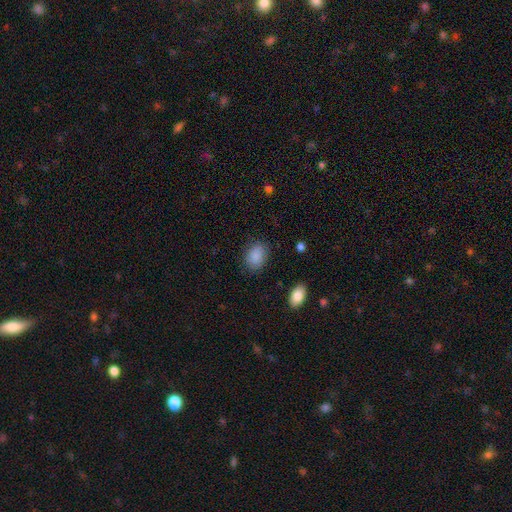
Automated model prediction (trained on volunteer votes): Smooth or featured: smooth — 88% (star or artifact — 8%)
How rounded: in between — 76% (round — 23%)
Merging: none — 82% (minor disturbance — 13%)